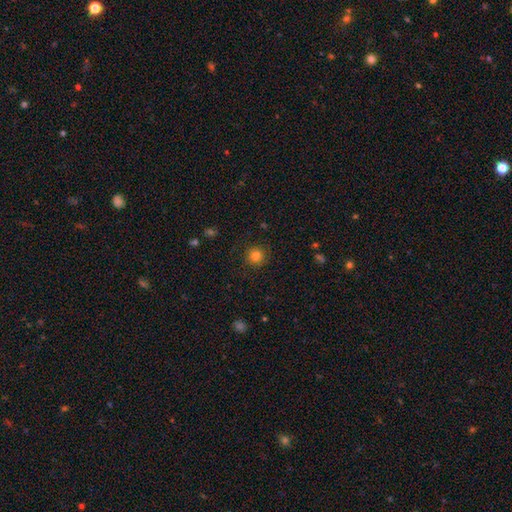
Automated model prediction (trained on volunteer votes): Morphology: type=smooth (82%); roundness=round (93%); merging=none (89%).